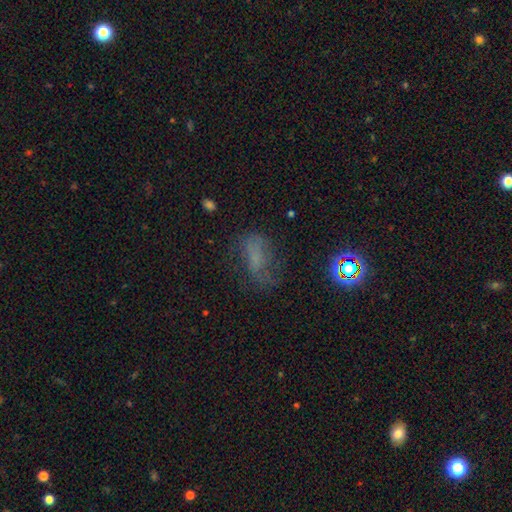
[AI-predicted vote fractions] The model was most divided on "smooth or featured": smooth: 42%, featured or disk: 30%, star or artifact: 29%. Remaining: merging — none (50%).